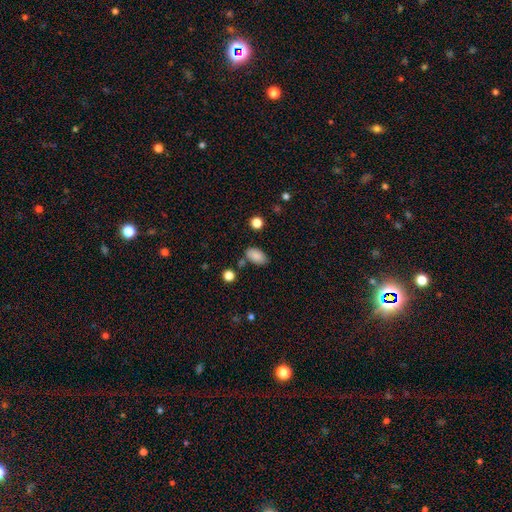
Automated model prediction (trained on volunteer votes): Q: Smooth or featured?
A: smooth (86%); runner-up: star or artifact (9%)
Q: How rounded?
A: in between (92%); runner-up: round (6%)
Q: Merging?
A: none (73%); runner-up: minor disturbance (17%)